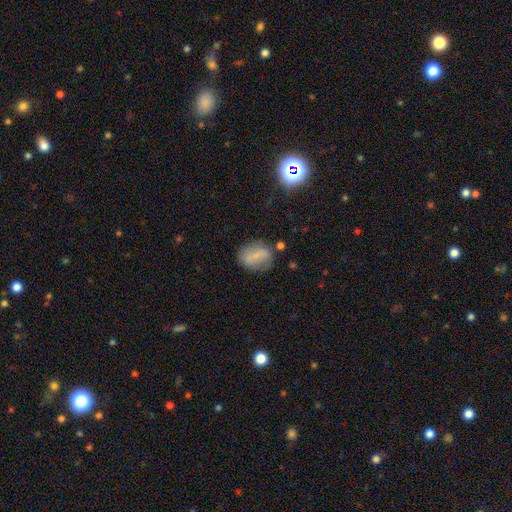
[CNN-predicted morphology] type=smooth (66%); roundness=in between (58%); merging=none (69%).